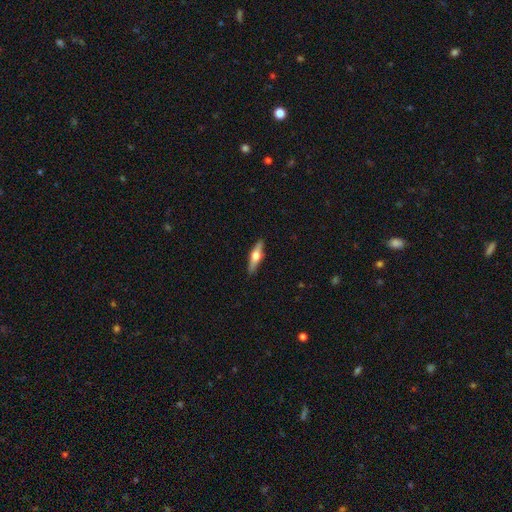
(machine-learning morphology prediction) This appears to be a featured or disk galaxy (53%) viewed edge-on (94%) with a rounded central bulge (94%). Merging: none (90%).